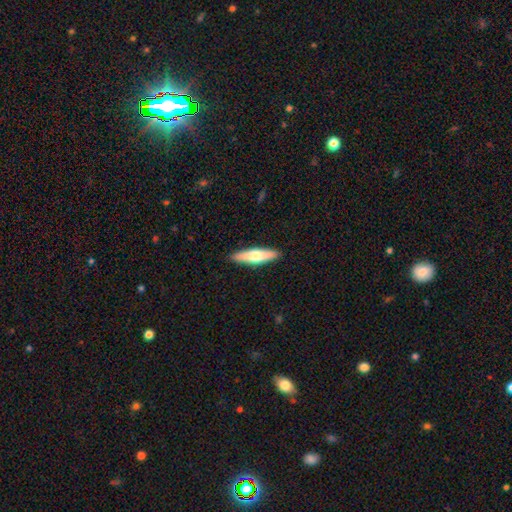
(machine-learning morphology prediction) This appears to be a smooth galaxy with no disk features (59%) that is cigar-shaped (73%). Merging: none (90%).